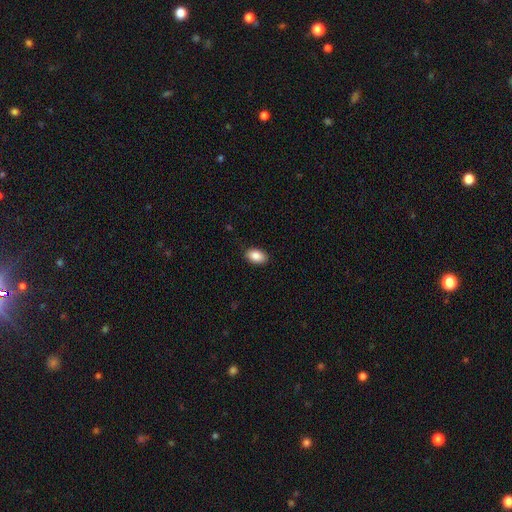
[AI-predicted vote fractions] smooth 88%, star or artifact 7%, featured or disk 5%. Down the decision tree: how rounded — in between (92%); merging — none (87%).